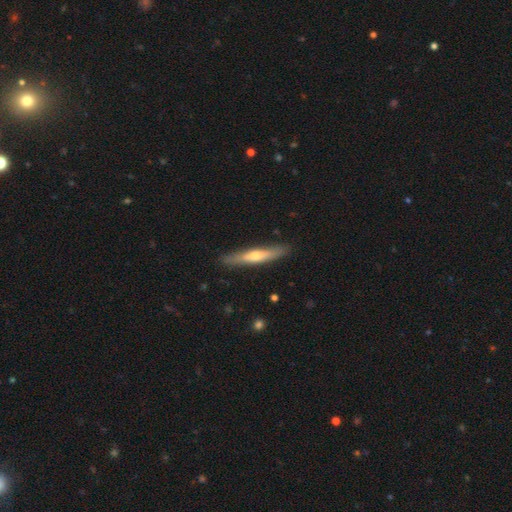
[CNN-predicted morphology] A featured or disk galaxy (54%) viewed edge-on (91%). Merging: none (89%).